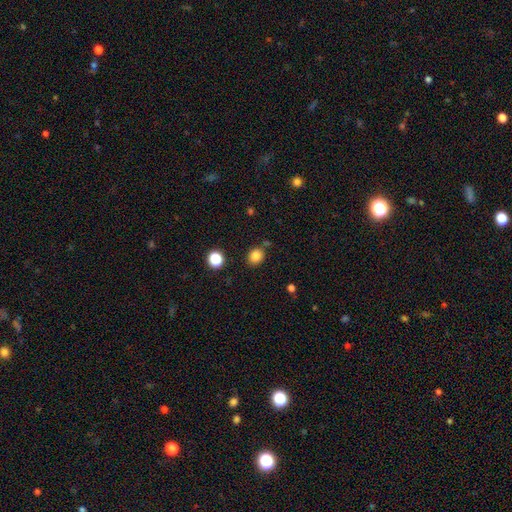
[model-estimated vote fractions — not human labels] smooth_or_featured: smooth (p=0.82) [alt: star or artifact p=0.12]
how_rounded: round (p=0.68) [alt: in between p=0.31]
merging: none (p=0.79) [alt: minor disturbance p=0.12]